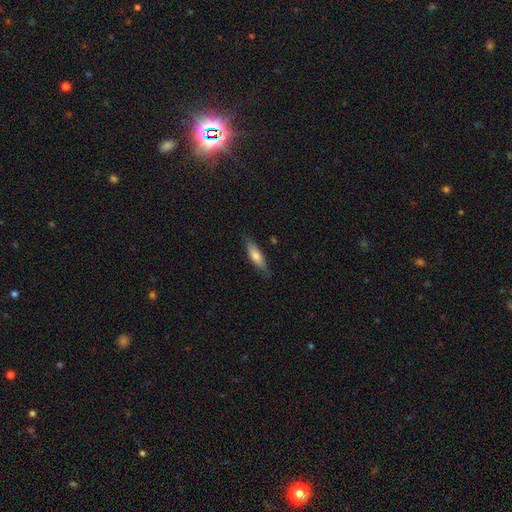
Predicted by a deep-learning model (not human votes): This is likely a smooth galaxy (66%). How rounded: likely cigar-shaped (63%). Merging: clearly none (81%).